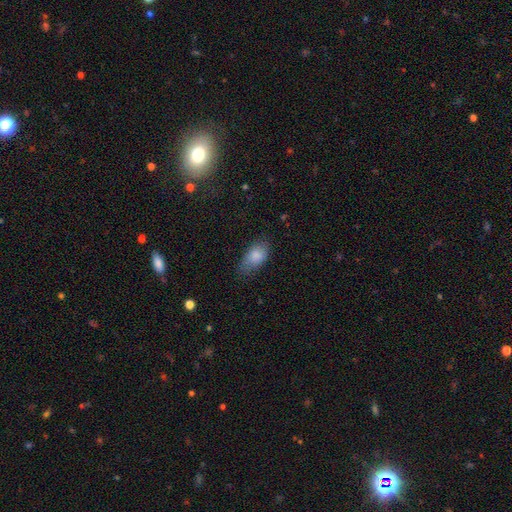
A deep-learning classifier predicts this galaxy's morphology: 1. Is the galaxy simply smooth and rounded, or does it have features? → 84% smooth, 9% featured or disk, 7% star or artifact.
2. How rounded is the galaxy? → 91% in between, 5% round, 4% cigar-shaped.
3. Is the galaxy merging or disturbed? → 65% none, 27% minor disturbance, 7% major disturbance, 1% merger.